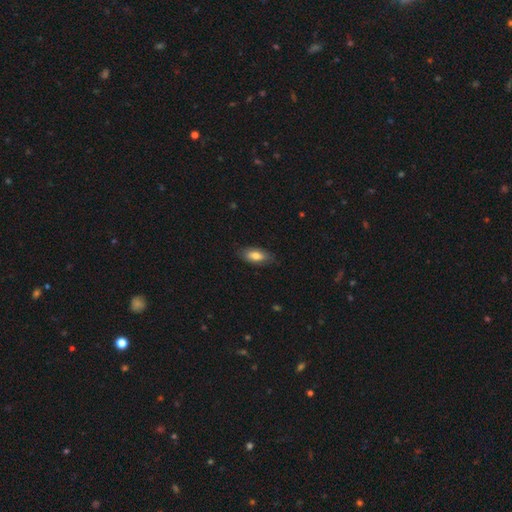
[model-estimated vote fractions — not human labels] The model was most divided on "smooth or featured": smooth: 75%, featured or disk: 18%, star or artifact: 7%. More confident: how rounded — in between (86%); merging — none (81%).